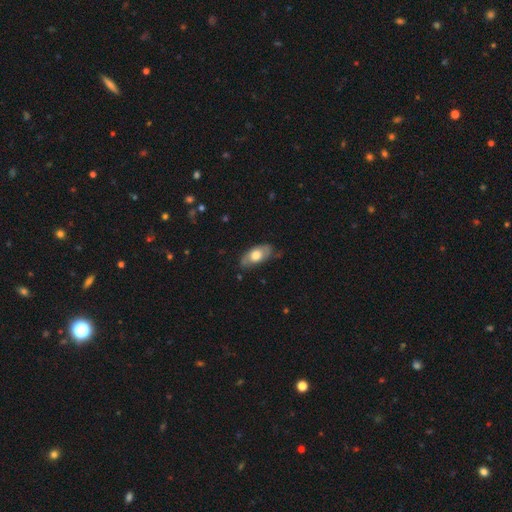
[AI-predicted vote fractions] Smooth or featured? Predicted: smooth (p=0.57). How rounded? Predicted: in between (p=0.88). Merging? Predicted: none (p=0.70).